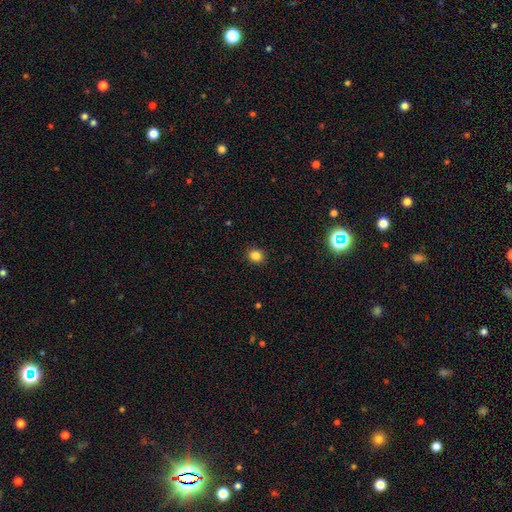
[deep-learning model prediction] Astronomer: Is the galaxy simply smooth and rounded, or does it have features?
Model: smooth — 84%.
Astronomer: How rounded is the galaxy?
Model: round — 73%.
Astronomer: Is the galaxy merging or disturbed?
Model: none — 90%.